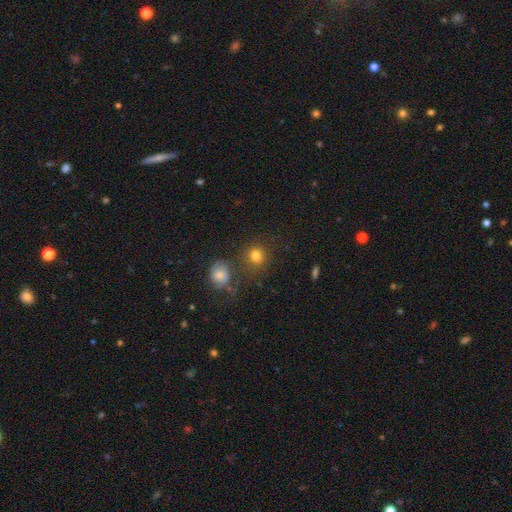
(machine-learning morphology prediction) This appears to be a smooth galaxy with no disk features (77%) that is round (88%). Merging: none (71%).